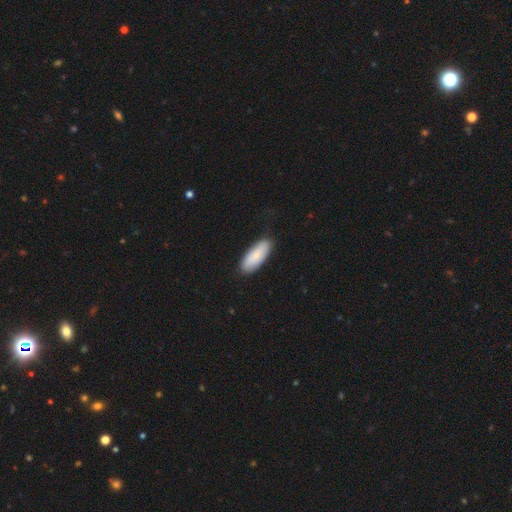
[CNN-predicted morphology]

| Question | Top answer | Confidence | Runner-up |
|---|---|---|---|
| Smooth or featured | smooth | 80% | featured or disk (15%) |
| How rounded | in between | 78% | cigar-shaped (21%) |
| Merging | none | 86% | minor disturbance (11%) |